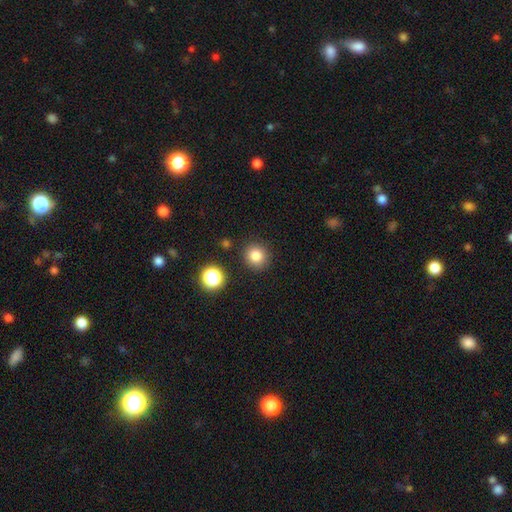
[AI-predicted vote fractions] Smooth or featured: smooth — 82% (star or artifact — 12%)
How rounded: round — 90% (in between — 9%)
Merging: none — 88% (minor disturbance — 7%)